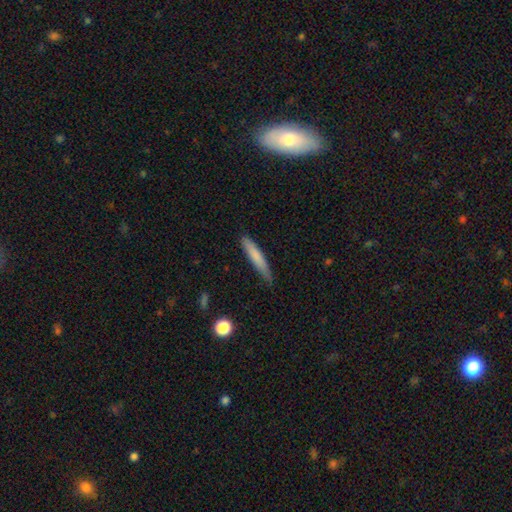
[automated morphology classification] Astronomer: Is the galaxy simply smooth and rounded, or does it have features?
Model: smooth — 75%.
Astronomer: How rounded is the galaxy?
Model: cigar-shaped — 92%.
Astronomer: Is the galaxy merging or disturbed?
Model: none — 76%.